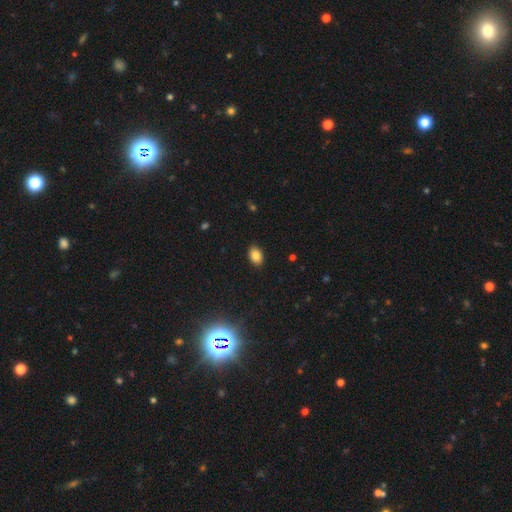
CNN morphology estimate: A smooth galaxy with no disk features (84%) that is in between round and cigar-shaped (84%). Merging: none (89%).